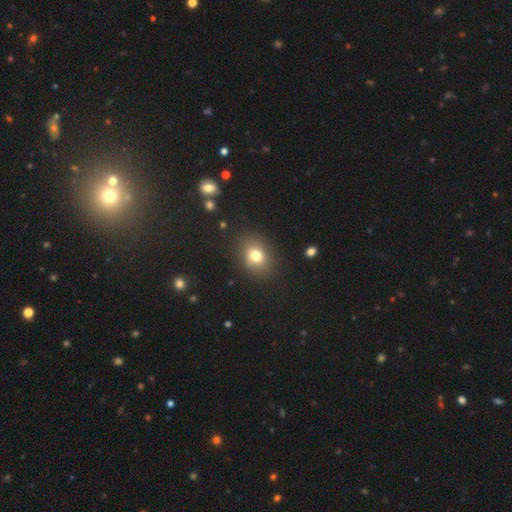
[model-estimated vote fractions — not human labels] This is likely a smooth galaxy (77%). How rounded: possibly in between (51%). Merging: clearly none (84%).